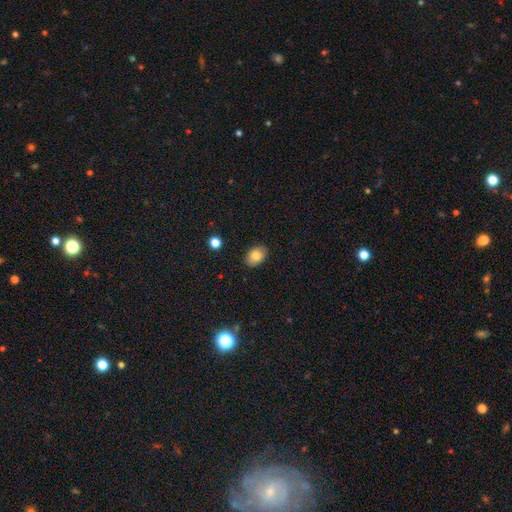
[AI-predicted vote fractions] This appears to be a smooth galaxy with no disk features (83%) that is in between round and cigar-shaped (77%). Merging: none (88%).